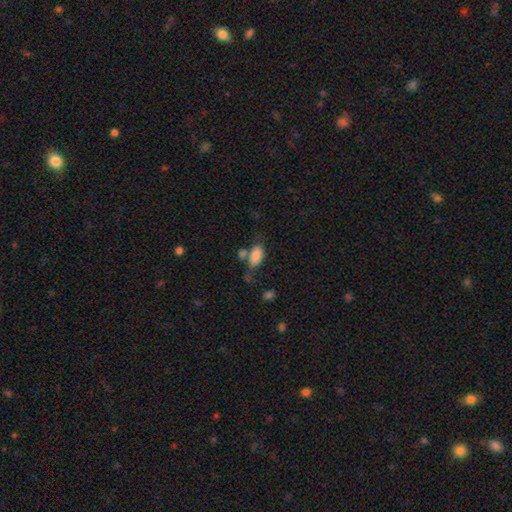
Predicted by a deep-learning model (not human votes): Overall: smooth (85%). How rounded: in between (92%). Merging: none (54%; merger 21%).